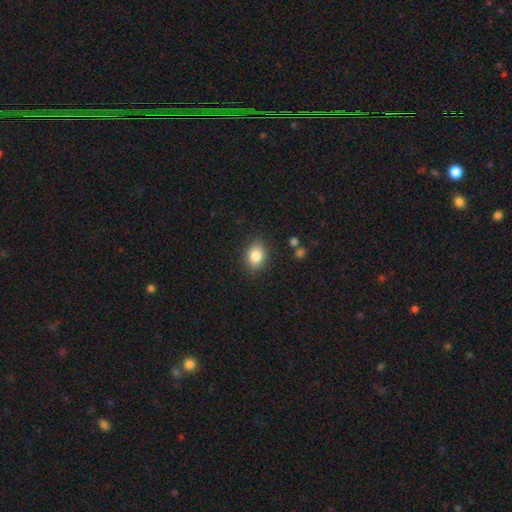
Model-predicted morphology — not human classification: smooth_or_featured: smooth (p=0.84) [alt: star or artifact p=0.09]
how_rounded: in between (p=0.66) [alt: round p=0.33]
merging: none (p=0.86) [alt: minor disturbance p=0.10]